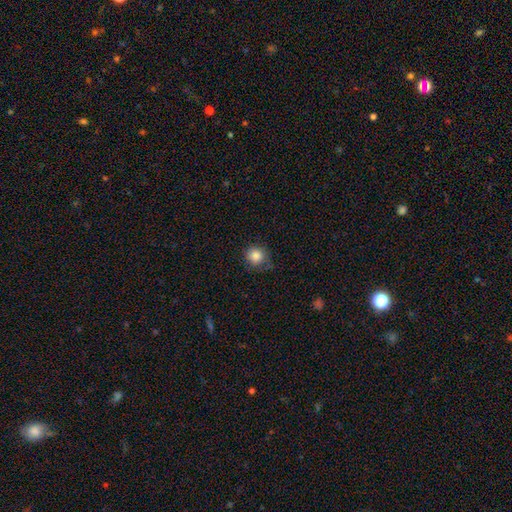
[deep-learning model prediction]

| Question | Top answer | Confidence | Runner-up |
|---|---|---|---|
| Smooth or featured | smooth | 85% | star or artifact (10%) |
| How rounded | round | 91% | in between (8%) |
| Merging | none | 73% | minor disturbance (21%) |